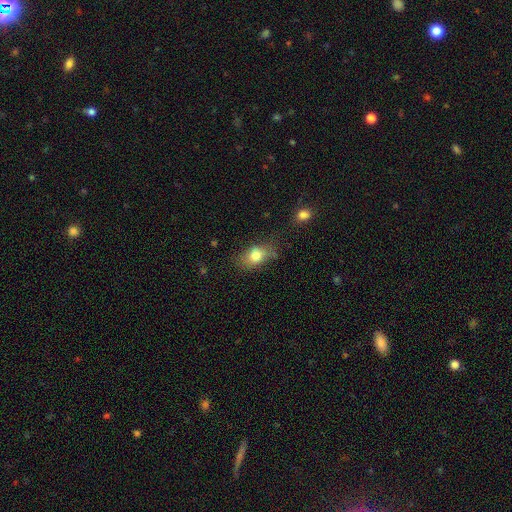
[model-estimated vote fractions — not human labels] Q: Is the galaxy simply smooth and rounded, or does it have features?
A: smooth — 79%.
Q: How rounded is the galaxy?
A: in between — 76%.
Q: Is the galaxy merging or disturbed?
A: none — 64%.